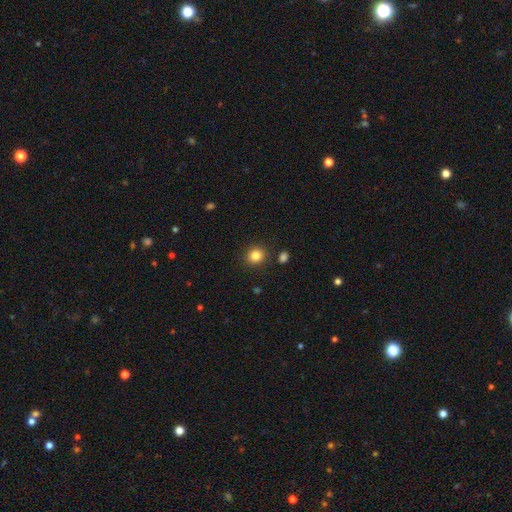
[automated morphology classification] A smooth galaxy with no disk features (84%) that is round (78%). Merging: none (87%).